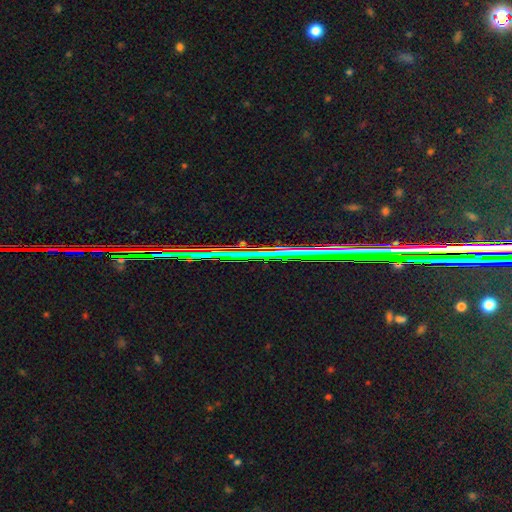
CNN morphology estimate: Smooth or featured: star or artifact — 81% (featured or disk — 12%)